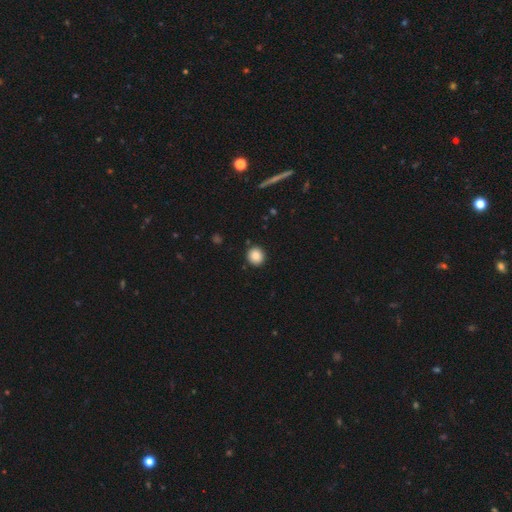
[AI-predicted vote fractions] Smooth or featured: smooth — 87% (star or artifact — 9%)
How rounded: round — 88% (in between — 11%)
Merging: none — 91% (minor disturbance — 6%)